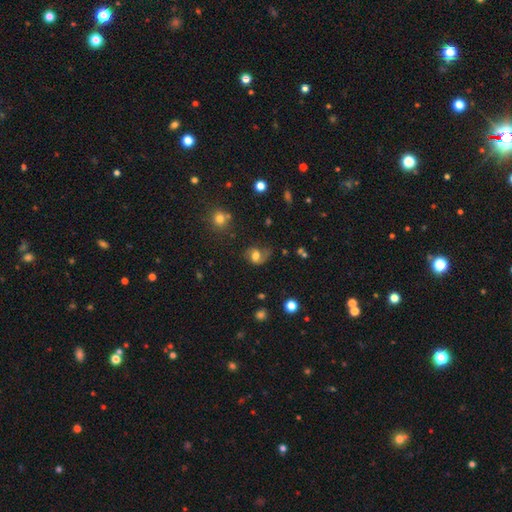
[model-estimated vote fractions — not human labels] Morphology: type=smooth (57%); roundness=round (51%); merging=none (47%).